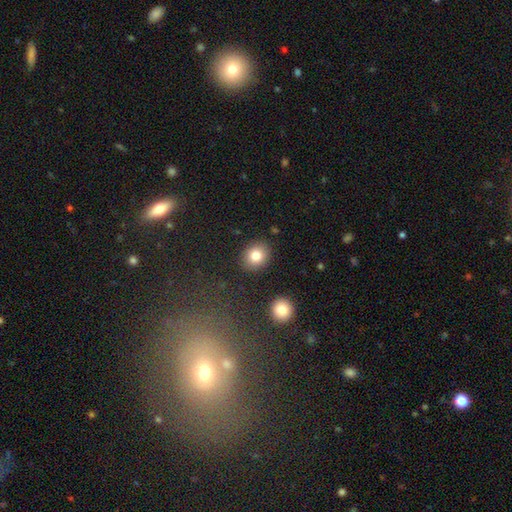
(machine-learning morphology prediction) Smooth or featured?
  - smooth: 82% *
  - star or artifact: 10%
  - featured or disk: 8%
How rounded?
  - round: 69% *
  - in between: 30%
  - cigar-shaped: 1%
Merging?
  - none: 89% *
  - minor disturbance: 7%
  - major disturbance: 2%
  - merger: 2%